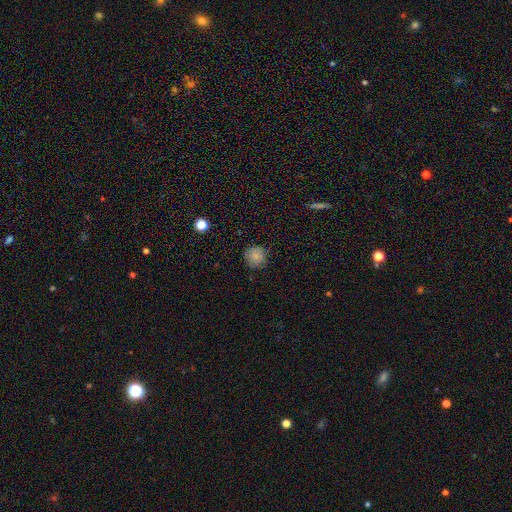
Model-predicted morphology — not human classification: type=smooth (84%); roundness=round (94%); merging=none (88%).